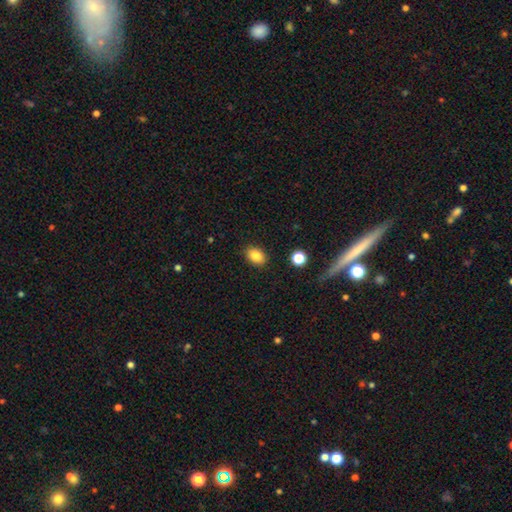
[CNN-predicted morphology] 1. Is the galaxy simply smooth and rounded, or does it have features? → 86% smooth, 9% star or artifact, 5% featured or disk.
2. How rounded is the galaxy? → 78% in between, 21% round, 1% cigar-shaped.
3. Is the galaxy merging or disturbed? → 88% none, 8% minor disturbance, 2% major disturbance, 2% merger.